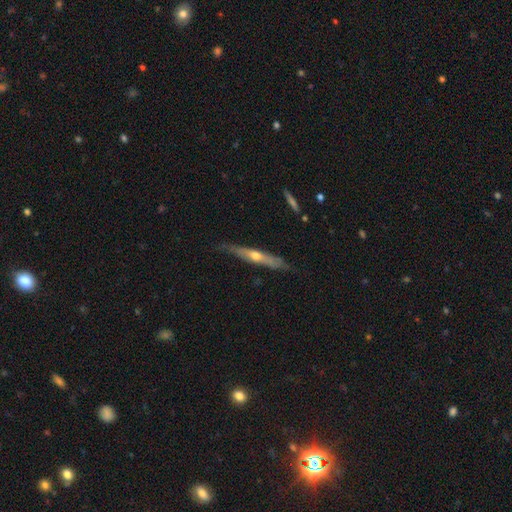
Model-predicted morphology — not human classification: A featured or disk galaxy (63%) viewed edge-on (88%) with a rounded central bulge (80%).

Vote fractions:
- Smooth or featured? featured or disk: 63% / smooth: 32% / star or artifact: 6%
- Edge-on disk? yes: 88% / no: 12%
- Edge-on bulge? rounded: 80% / none: 17% / boxy: 3%
- Merging? none: 72% / minor disturbance: 22% / major disturbance: 4% / merger: 2%